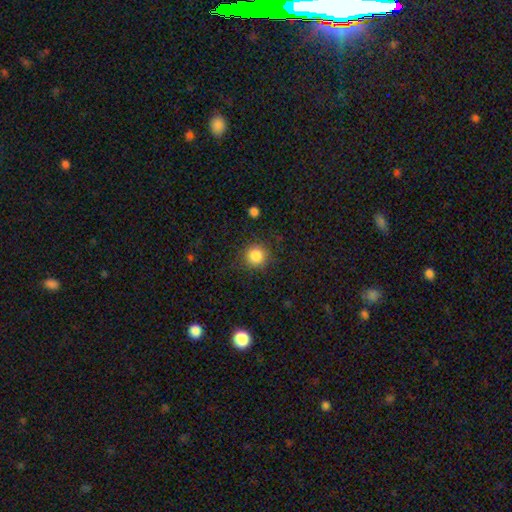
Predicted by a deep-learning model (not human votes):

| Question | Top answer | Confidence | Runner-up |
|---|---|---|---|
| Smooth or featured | smooth | 85% | star or artifact (10%) |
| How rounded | round | 93% | in between (6%) |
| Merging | none | 87% | minor disturbance (8%) |